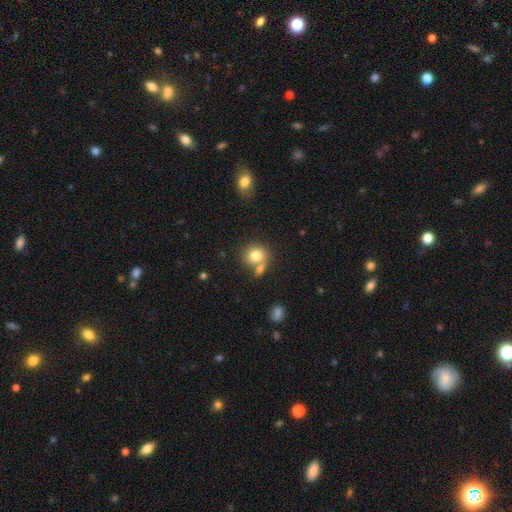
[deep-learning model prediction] This appears to be a smooth galaxy with no disk features (79%) that is round (82%). Merging: none (50%).